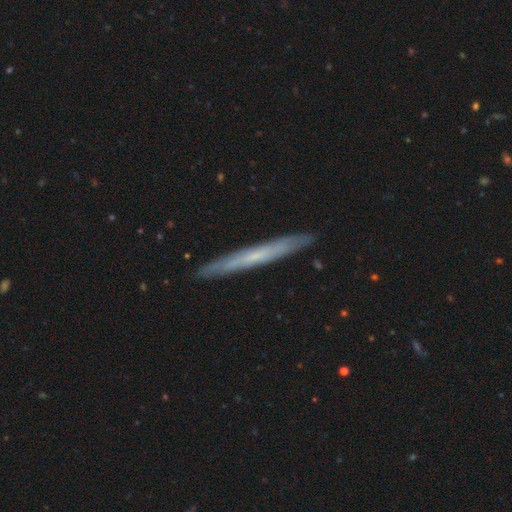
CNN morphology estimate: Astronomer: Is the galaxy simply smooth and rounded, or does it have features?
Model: featured or disk — 55% (runner-up: smooth, 39%).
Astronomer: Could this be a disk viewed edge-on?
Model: yes — 93%.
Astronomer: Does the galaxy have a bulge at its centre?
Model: none — 80%.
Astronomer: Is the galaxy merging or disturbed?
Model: none — 90%.